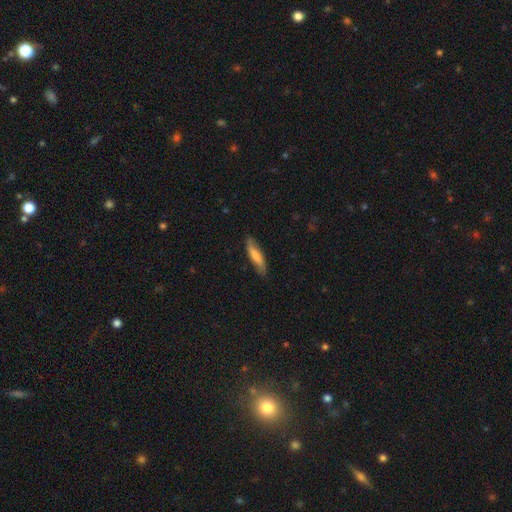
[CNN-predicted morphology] Q: Smooth or featured?
A: smooth (68%); runner-up: featured or disk (27%)
Q: How rounded?
A: cigar-shaped (74%); runner-up: in between (25%)
Q: Merging?
A: none (78%); runner-up: minor disturbance (17%)